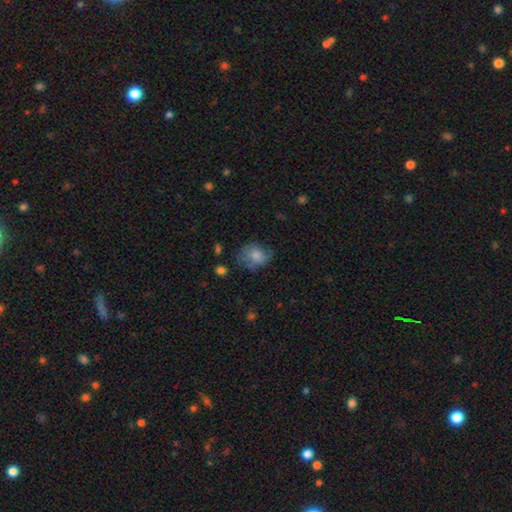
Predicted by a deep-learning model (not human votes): smooth 65%, featured or disk 27%, star or artifact 8%. Down the decision tree: how rounded — round (56%); merging — none (51%).